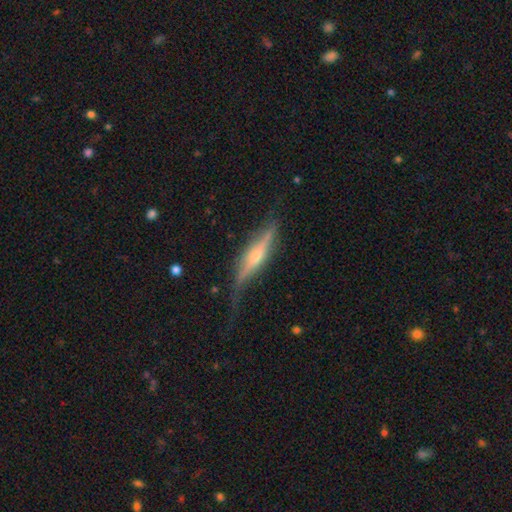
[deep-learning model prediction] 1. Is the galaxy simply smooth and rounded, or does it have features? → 72% featured or disk, 22% smooth, 6% star or artifact.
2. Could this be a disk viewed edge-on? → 92% yes, 8% no.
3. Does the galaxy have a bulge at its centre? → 81% rounded, 10% none, 9% boxy.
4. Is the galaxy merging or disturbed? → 61% none, 26% minor disturbance, 11% major disturbance, 2% merger.